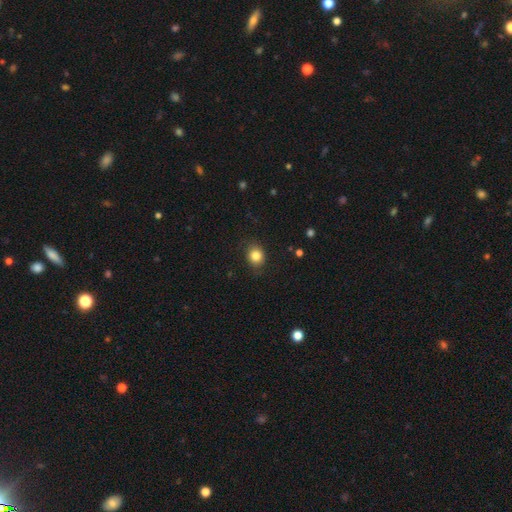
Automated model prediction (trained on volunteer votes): Smooth or featured?
  - smooth: 84% *
  - star or artifact: 10%
  - featured or disk: 6%
How rounded?
  - round: 65% *
  - in between: 34%
  - cigar-shaped: 1%
Merging?
  - none: 82% *
  - minor disturbance: 14%
  - major disturbance: 3%
  - merger: 1%